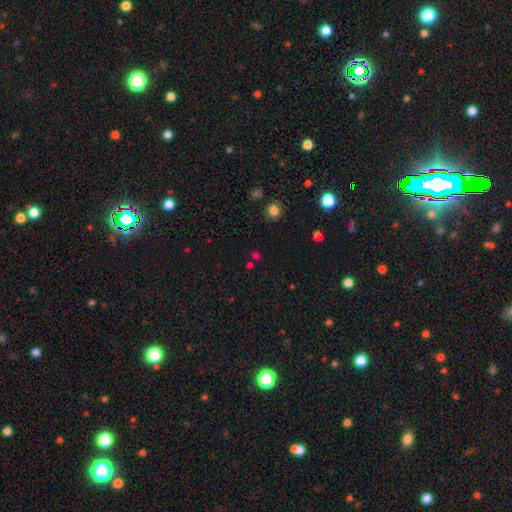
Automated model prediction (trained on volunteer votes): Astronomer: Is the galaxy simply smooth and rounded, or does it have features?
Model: smooth — 49% (runner-up: star or artifact, 45%).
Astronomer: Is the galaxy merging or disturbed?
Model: none — 71%.